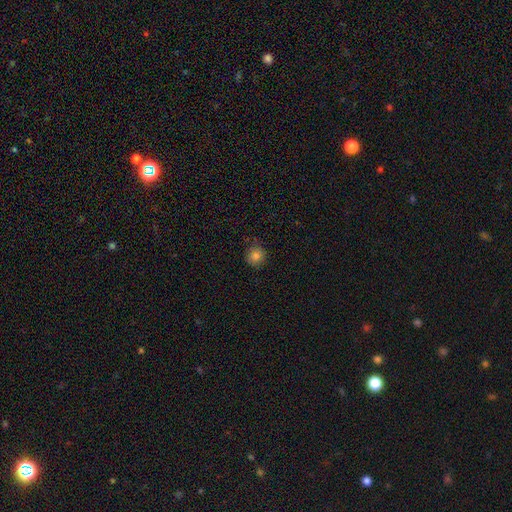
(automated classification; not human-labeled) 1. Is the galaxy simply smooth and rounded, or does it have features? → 82% smooth, 11% star or artifact, 6% featured or disk.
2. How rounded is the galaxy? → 91% round, 8% in between, 1% cigar-shaped.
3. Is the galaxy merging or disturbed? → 81% none, 15% minor disturbance, 3% major disturbance, 1% merger.